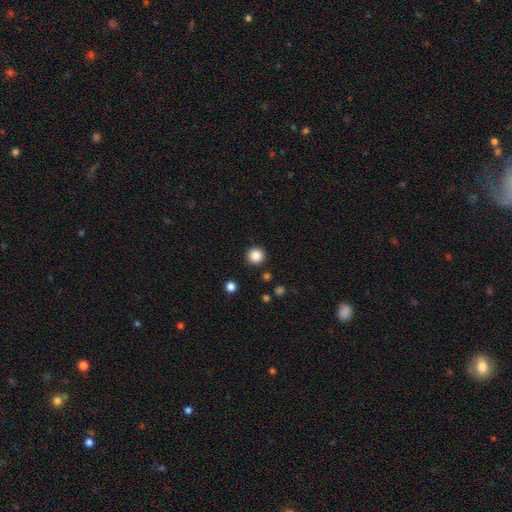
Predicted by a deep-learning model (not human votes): Morphology: type=smooth (86%); roundness=round (95%); merging=none (92%).